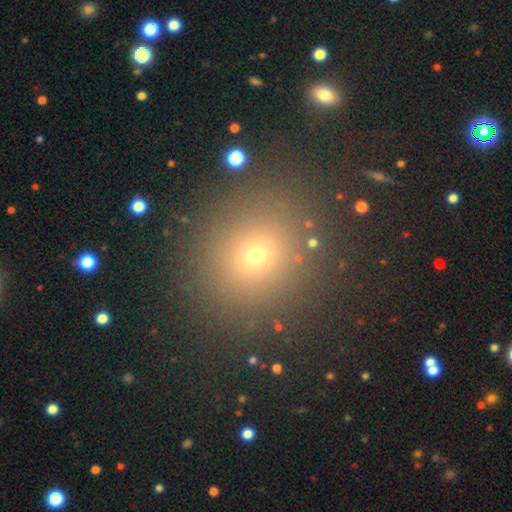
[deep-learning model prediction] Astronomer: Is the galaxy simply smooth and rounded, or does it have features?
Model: smooth — 66%.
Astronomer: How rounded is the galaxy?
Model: round — 84%.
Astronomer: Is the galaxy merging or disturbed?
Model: none — 86%.